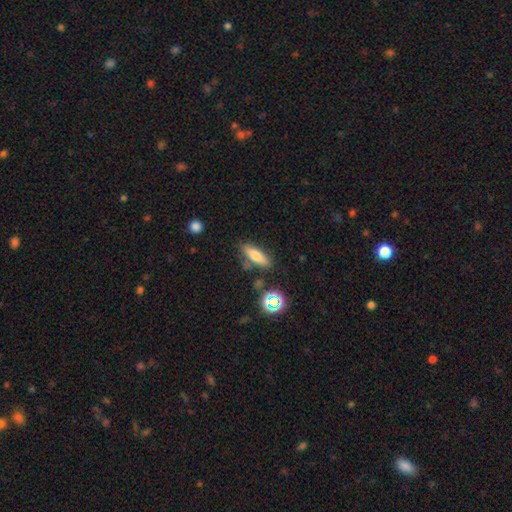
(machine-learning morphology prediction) A smooth galaxy with no disk features (65%) that is cigar-shaped (51%). Merging: none (77%).